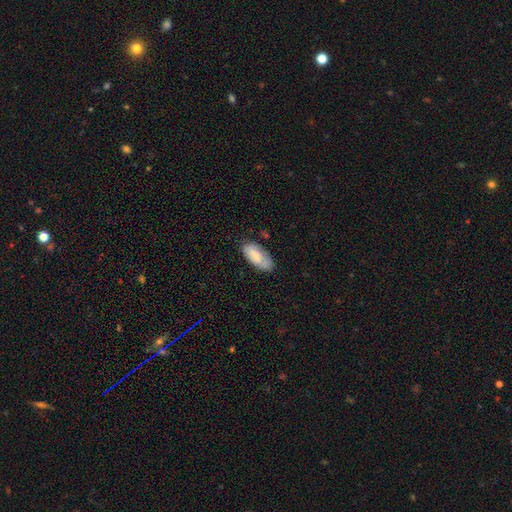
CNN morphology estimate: smooth-or-featured: smooth: 73% | featured or disk: 21% | star or artifact: 6%
  how-rounded: in between: 90% | cigar-shaped: 8% | round: 2%
  merging: none: 71% | minor disturbance: 22% | major disturbance: 5% | merger: 2%